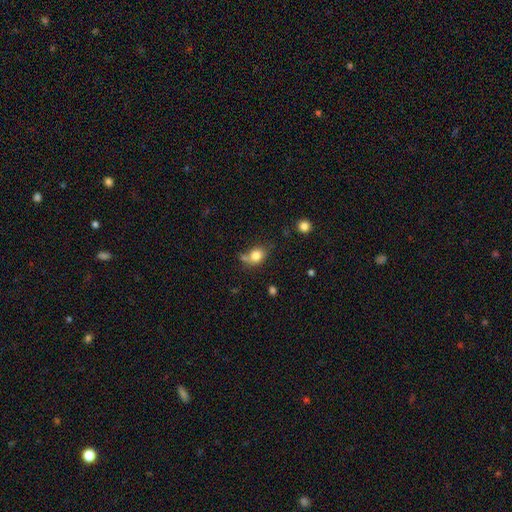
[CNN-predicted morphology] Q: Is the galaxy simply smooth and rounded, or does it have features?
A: smooth — 81%.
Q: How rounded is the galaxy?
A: round — 49%, tied with in between.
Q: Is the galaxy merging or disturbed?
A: none — 54%.